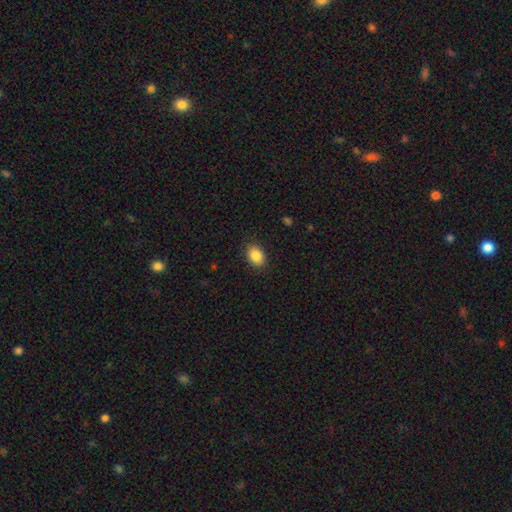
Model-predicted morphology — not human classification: This is clearly a smooth galaxy (87%). How rounded: likely in between (76%). Merging: clearly none (87%).